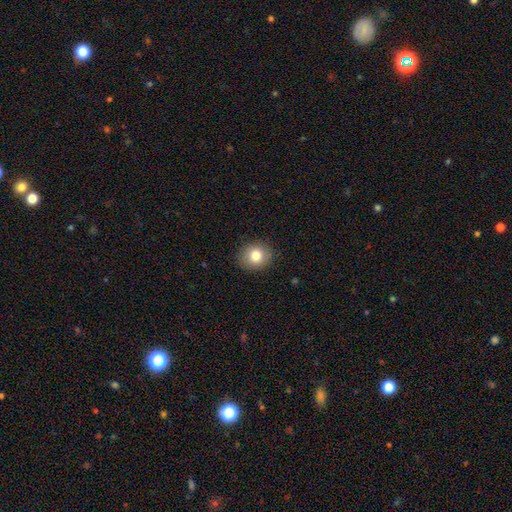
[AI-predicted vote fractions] This appears to be a smooth galaxy with no disk features (80%) that is round (72%). Merging: none (89%).